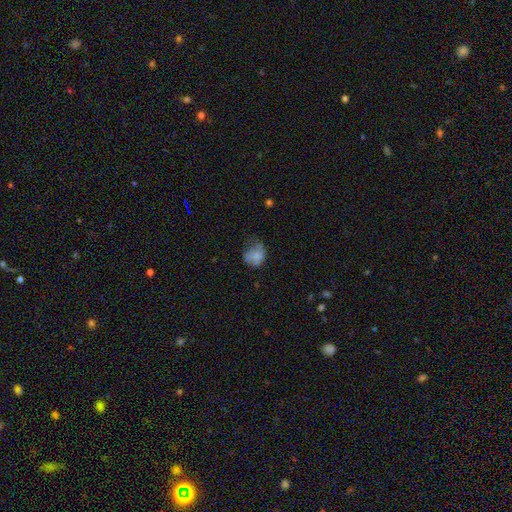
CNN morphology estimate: This appears to be a smooth galaxy with no disk features (68%) that is round (54%). Merging: none (36%).